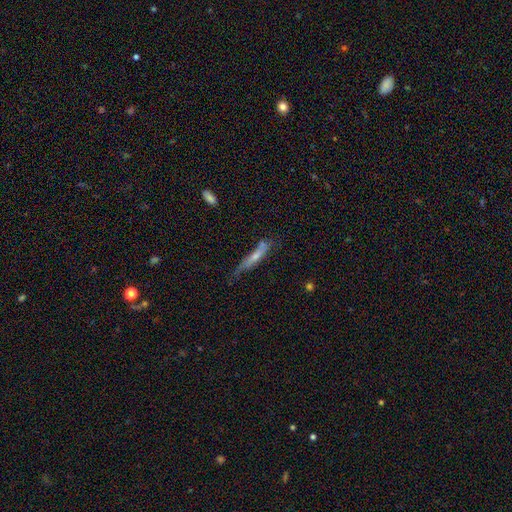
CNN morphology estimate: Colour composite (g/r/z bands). It shows a featured or disk galaxy (53%) viewed edge-on (82%). Merging: none (58%).